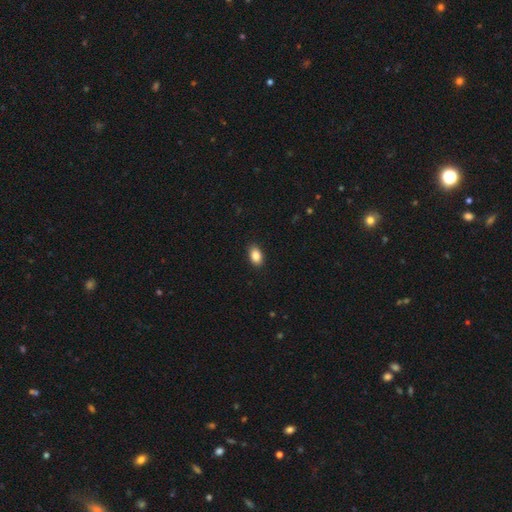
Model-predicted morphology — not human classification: smooth_or_featured: smooth (p=0.88) [alt: star or artifact p=0.08]
how_rounded: in between (p=0.88) [alt: round p=0.10]
merging: none (p=0.89) [alt: minor disturbance p=0.08]